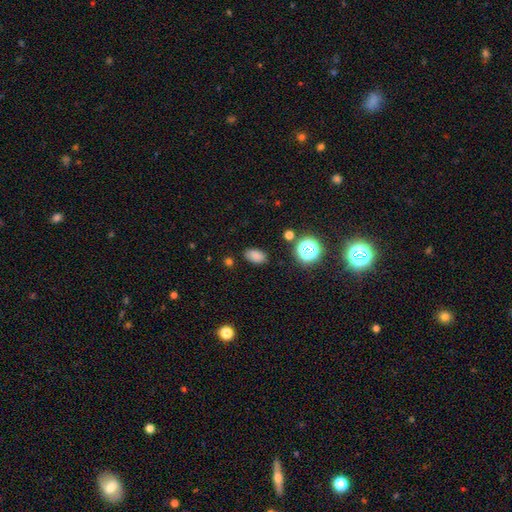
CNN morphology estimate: This is likely a smooth galaxy (80%). How rounded: clearly in between (88%). Merging: clearly none (85%).